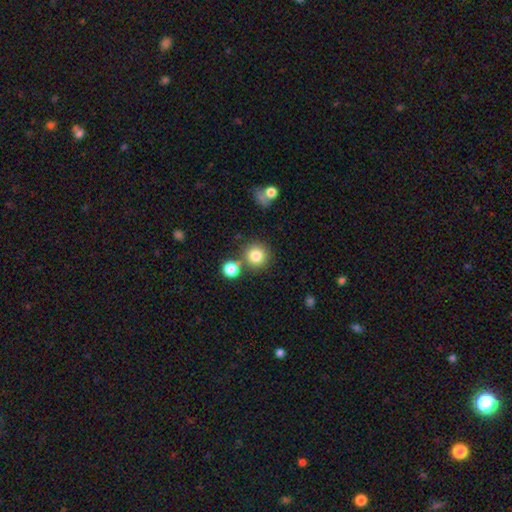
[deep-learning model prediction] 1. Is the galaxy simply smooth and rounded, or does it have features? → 81% smooth, 11% star or artifact, 8% featured or disk.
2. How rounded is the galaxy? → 92% round, 7% in between, 1% cigar-shaped.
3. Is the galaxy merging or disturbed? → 72% none, 16% merger, 8% minor disturbance, 3% major disturbance.